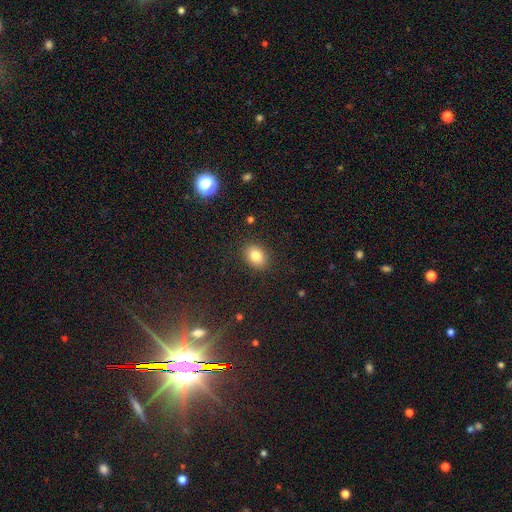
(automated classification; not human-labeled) smooth-or-featured: smooth: 83% | star or artifact: 10% | featured or disk: 7%
  how-rounded: in between: 66% | round: 33% | cigar-shaped: 1%
  merging: none: 88% | minor disturbance: 8% | major disturbance: 3% | merger: 1%